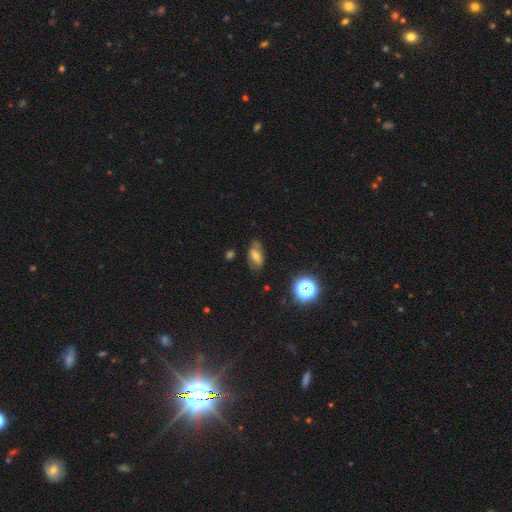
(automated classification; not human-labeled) Q: Smooth or featured?
A: smooth (55%); runner-up: featured or disk (30%)
Q: How rounded?
A: in between (82%); runner-up: round (9%)
Q: Merging?
A: none (67%); runner-up: minor disturbance (23%)